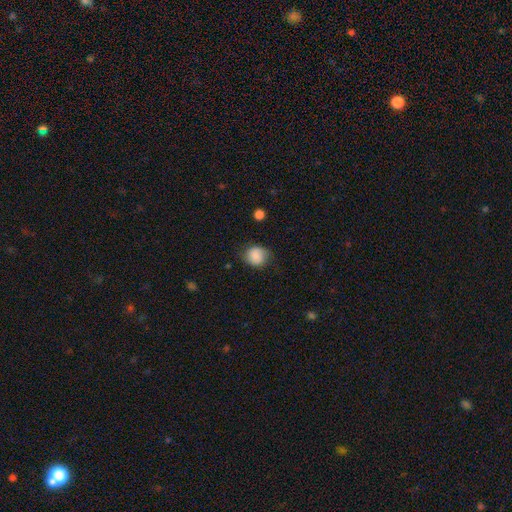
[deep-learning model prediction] A smooth galaxy with no disk features (83%) that is round (77%).

Vote fractions:
- Smooth or featured? smooth: 83% / featured or disk: 9% / star or artifact: 8%
- How rounded? round: 77% / in between: 22% / cigar-shaped: 1%
- Merging? none: 72% / minor disturbance: 21% / major disturbance: 6% / merger: 1%